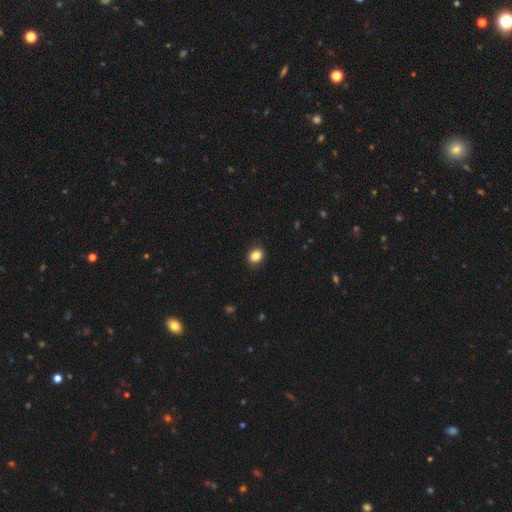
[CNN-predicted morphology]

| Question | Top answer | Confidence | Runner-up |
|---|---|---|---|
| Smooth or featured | smooth | 87% | star or artifact (9%) |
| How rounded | in between | 57% | round (42%) |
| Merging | none | 89% | minor disturbance (8%) |